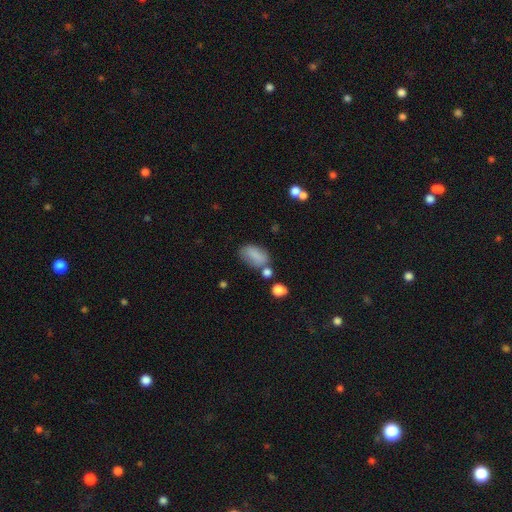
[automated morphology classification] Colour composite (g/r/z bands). It shows a smooth galaxy with no disk features (79%) that is in between round and cigar-shaped (89%). Merging: none (55%).